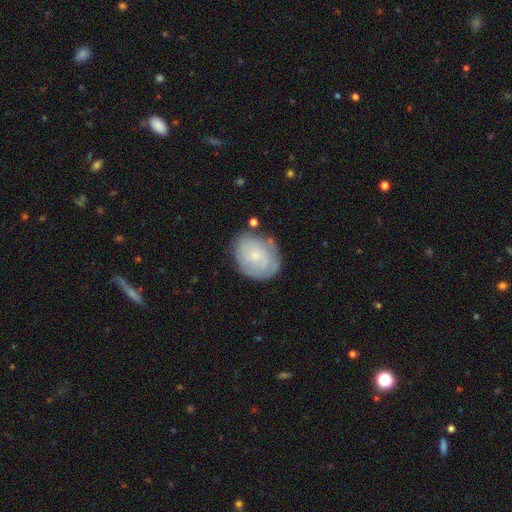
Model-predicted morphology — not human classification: smooth_or_featured: smooth (p=0.53) [alt: featured or disk p=0.40]
how_rounded: in between (p=0.55) [alt: round p=0.44]
merging: none (p=0.68) [alt: minor disturbance p=0.22]